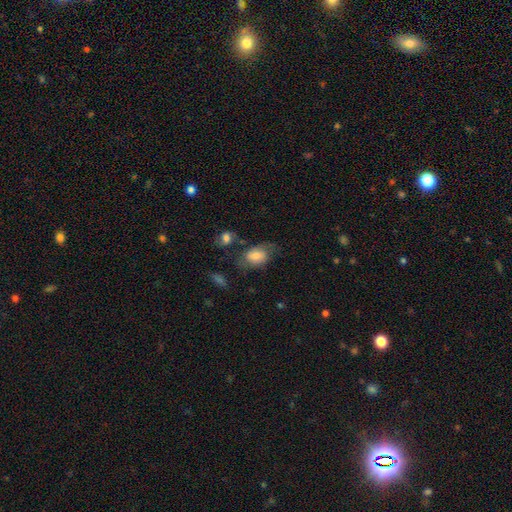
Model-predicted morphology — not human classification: A smooth galaxy with no disk features (63%) that is in between round and cigar-shaped (83%).

Vote fractions:
- Smooth or featured? smooth: 63% / featured or disk: 28% / star or artifact: 9%
- How rounded? in between: 83% / round: 16% / cigar-shaped: 2%
- Merging? none: 49% / minor disturbance: 24% / major disturbance: 18% / merger: 10%